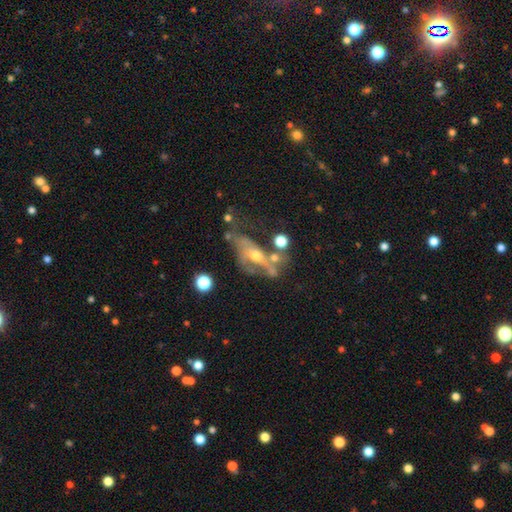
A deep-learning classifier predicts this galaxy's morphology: A featured or disk galaxy (64%) with no bar (69%), no spiral arms (57%) and a moderate central bulge (55%). Merging: major disturbance (36%).